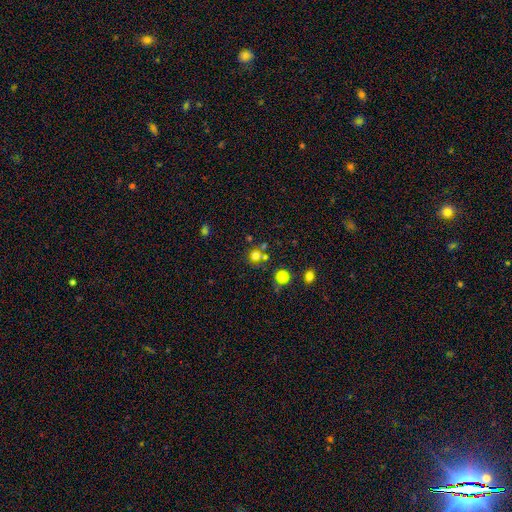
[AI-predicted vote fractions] Smooth or featured? smooth (64%)
How rounded? round (82%)
Merging? none (61%)